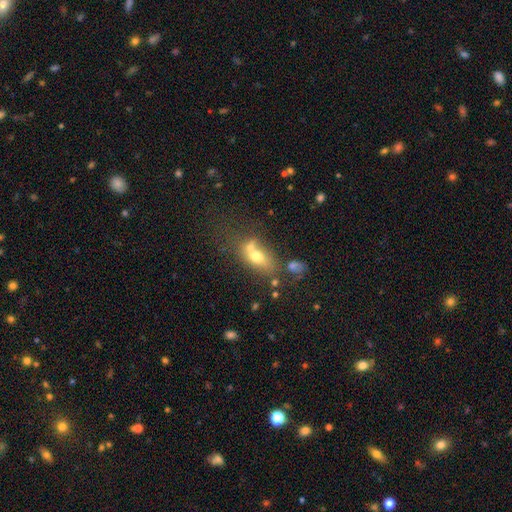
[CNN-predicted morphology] Smooth or featured? smooth (62%)
How rounded? in between (71%)
Merging? merger (43%)